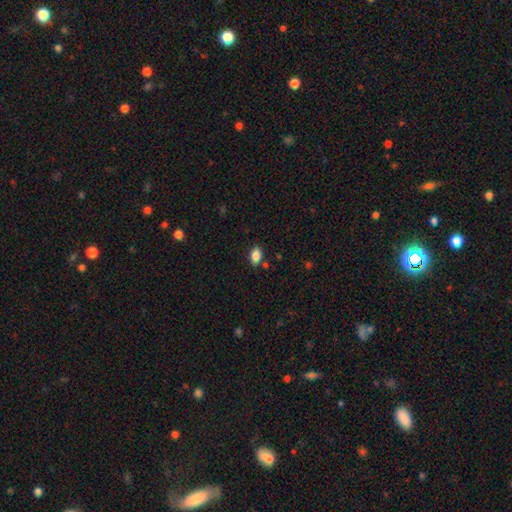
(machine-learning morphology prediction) Smooth or featured?
  - smooth: 85% *
  - star or artifact: 9%
  - featured or disk: 6%
How rounded?
  - in between: 89% *
  - round: 9%
  - cigar-shaped: 3%
Merging?
  - none: 82% *
  - minor disturbance: 12%
  - merger: 4%
  - major disturbance: 2%